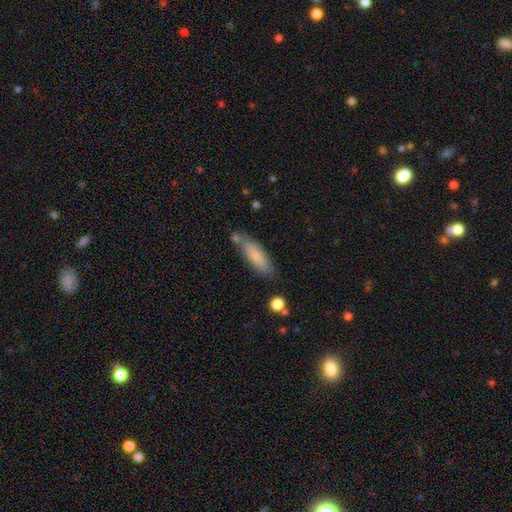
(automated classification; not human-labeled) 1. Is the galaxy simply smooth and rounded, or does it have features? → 80% smooth, 14% featured or disk, 7% star or artifact.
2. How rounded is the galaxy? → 53% cigar-shaped, 46% in between, 2% round.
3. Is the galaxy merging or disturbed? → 68% none, 18% minor disturbance, 9% merger, 4% major disturbance.